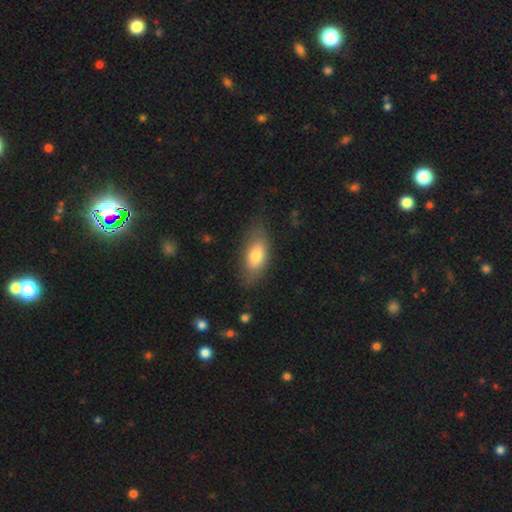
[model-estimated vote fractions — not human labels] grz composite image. It shows a smooth galaxy with no disk features (76%) that is in between round and cigar-shaped (87%). Merging: none (75%).